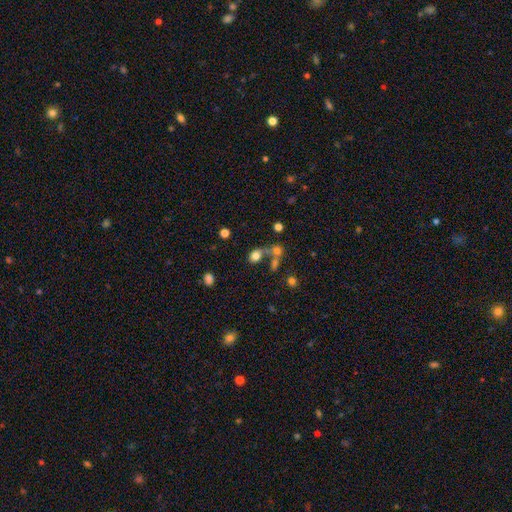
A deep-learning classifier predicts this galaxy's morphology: This appears to be a smooth galaxy with no disk features (75%) that is round (53%). Merging: none (39%, tied with merger).